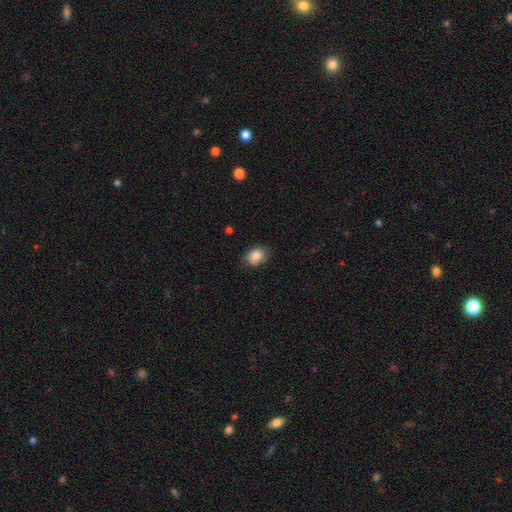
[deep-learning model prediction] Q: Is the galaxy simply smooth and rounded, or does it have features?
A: smooth — 86%.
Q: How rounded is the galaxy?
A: in between — 68%.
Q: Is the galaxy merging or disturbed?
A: none — 78%.